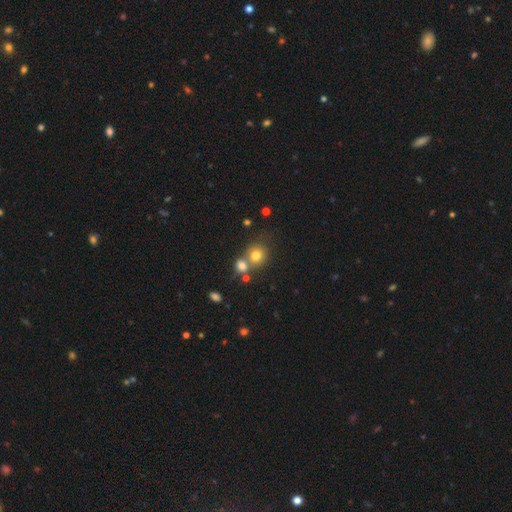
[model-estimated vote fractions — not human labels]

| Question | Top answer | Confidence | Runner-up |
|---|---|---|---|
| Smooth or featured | smooth | 76% | star or artifact (13%) |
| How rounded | round | 79% | in between (20%) |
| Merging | none | 46% | merger (42%) |